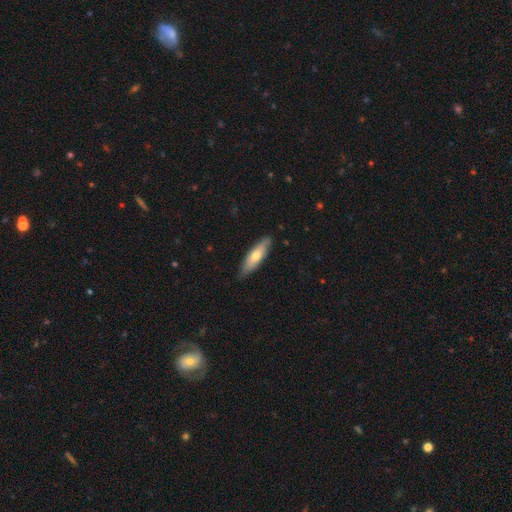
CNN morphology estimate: A smooth galaxy with no disk features (60%) that is cigar-shaped (56%). Merging: none (82%).